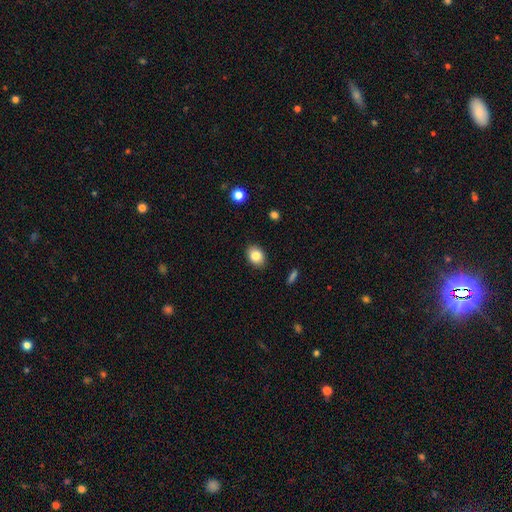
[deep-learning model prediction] Smooth or featured? Predicted: smooth (p=0.83). How rounded? Predicted: in between (p=0.67). Merging? Predicted: none (p=0.88).